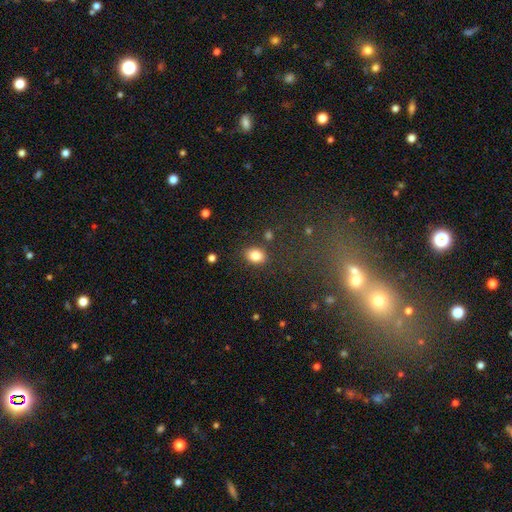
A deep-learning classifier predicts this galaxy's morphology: Smooth or featured? smooth (84%)
How rounded? in between (57%)
Merging? none (83%)